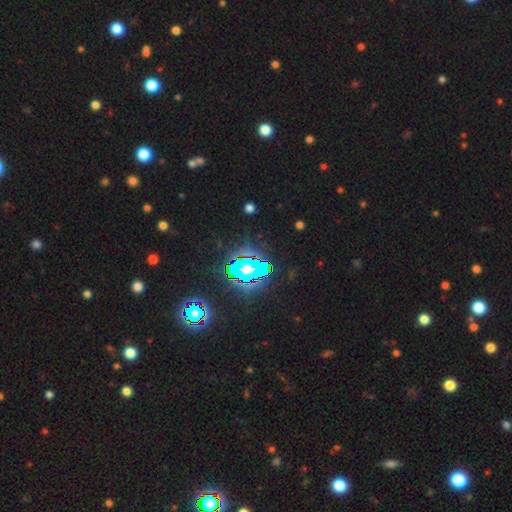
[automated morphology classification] A star or artifact, not a galaxy (84%).